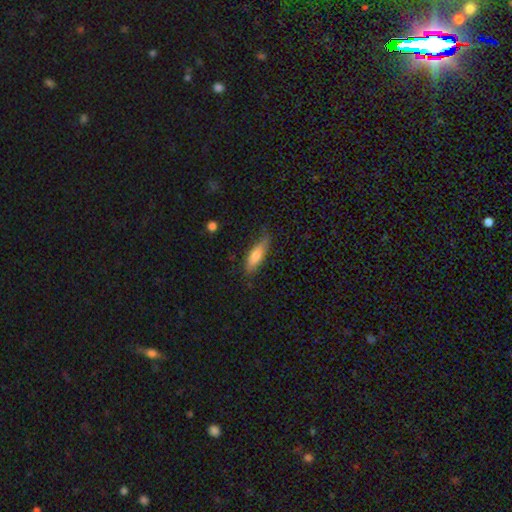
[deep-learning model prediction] This appears to be a smooth galaxy with no disk features (73%) that is cigar-shaped (54%). Merging: none (71%).